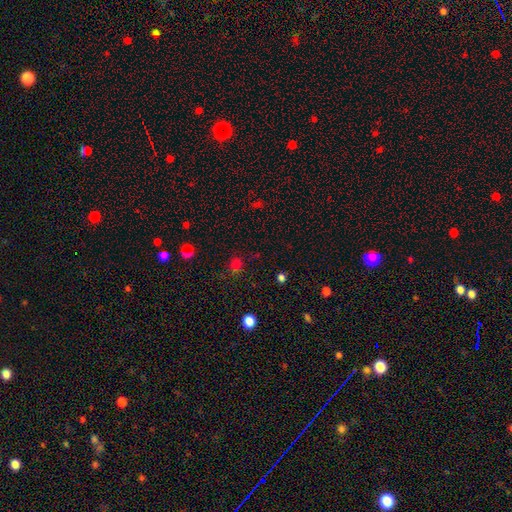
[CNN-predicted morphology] Overall: smooth (52%; star or artifact 41%). How rounded: round (69%). Merging: none (74%).